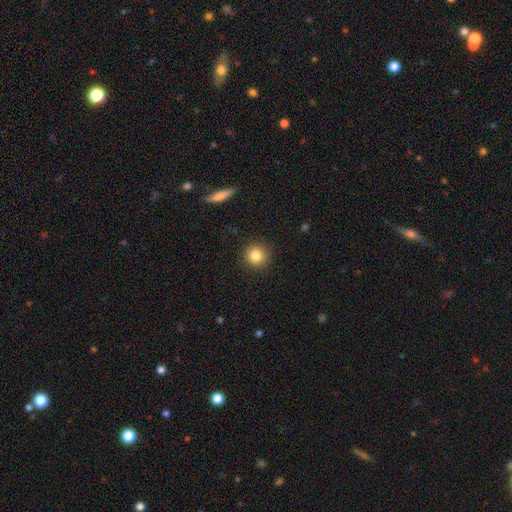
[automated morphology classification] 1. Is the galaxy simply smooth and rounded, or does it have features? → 84% smooth, 10% star or artifact, 6% featured or disk.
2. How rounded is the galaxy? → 93% round, 6% in between, 1% cigar-shaped.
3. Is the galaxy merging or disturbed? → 90% none, 7% minor disturbance, 2% major disturbance, 1% merger.